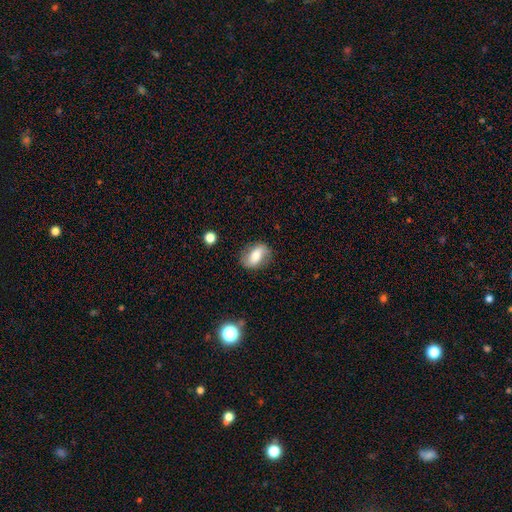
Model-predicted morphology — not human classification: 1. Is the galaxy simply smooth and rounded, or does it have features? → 54% smooth, 38% featured or disk, 8% star or artifact.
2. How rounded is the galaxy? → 76% in between, 21% round, 4% cigar-shaped.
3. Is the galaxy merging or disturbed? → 79% none, 15% minor disturbance, 5% major disturbance, 1% merger.